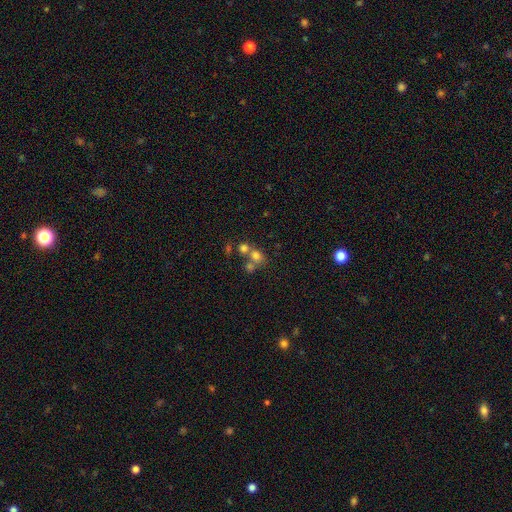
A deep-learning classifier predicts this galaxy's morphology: This is likely a smooth galaxy (69%). How rounded: likely round (74%). Merging: marginally merger (44%).